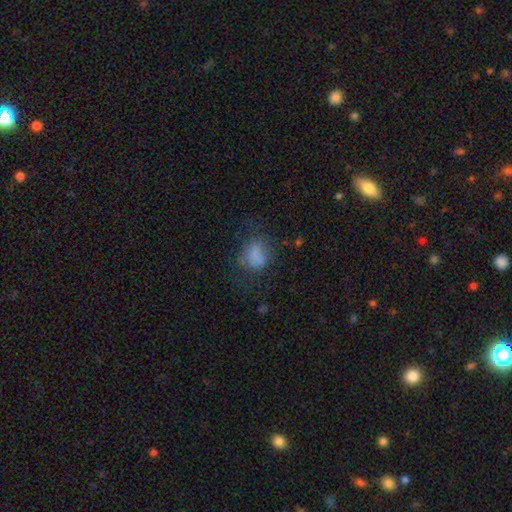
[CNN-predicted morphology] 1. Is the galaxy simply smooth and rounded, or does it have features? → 70% smooth, 16% featured or disk, 14% star or artifact.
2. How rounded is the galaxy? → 50% round, 48% in between, 1% cigar-shaped.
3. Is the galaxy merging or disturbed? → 49% none, 24% minor disturbance, 23% major disturbance, 3% merger.